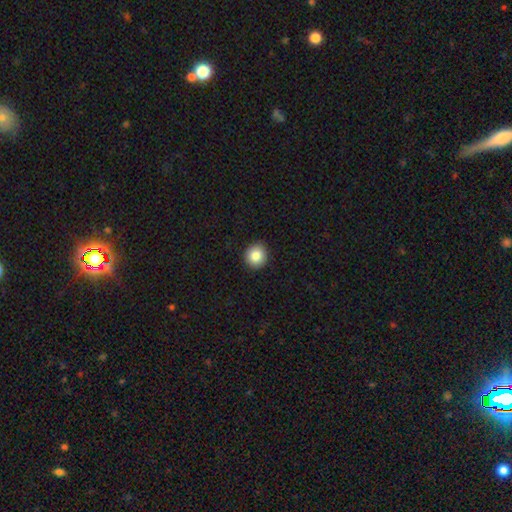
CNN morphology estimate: The model was most divided on "smooth or featured": smooth: 85%, star or artifact: 9%, featured or disk: 6%. More confident: merging — none (91%); how rounded — round (90%).